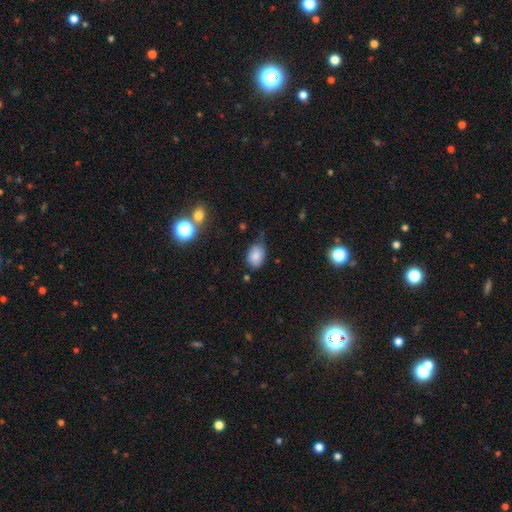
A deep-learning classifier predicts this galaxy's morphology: Smooth or featured?
  - smooth: 80% *
  - star or artifact: 11%
  - featured or disk: 9%
How rounded?
  - in between: 71% *
  - round: 28%
  - cigar-shaped: 1%
Merging?
  - none: 53% *
  - minor disturbance: 36%
  - major disturbance: 7%
  - merger: 3%